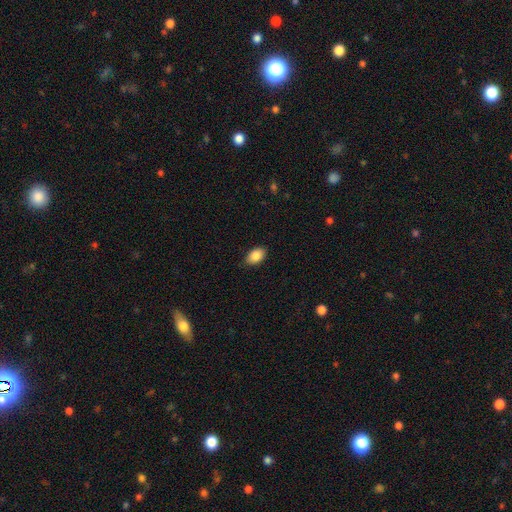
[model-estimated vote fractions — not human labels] The model was most divided on "merging": none: 85%, minor disturbance: 12%, major disturbance: 2%, merger: 1%. More confident: how rounded — in between (91%); smooth or featured — smooth (87%).